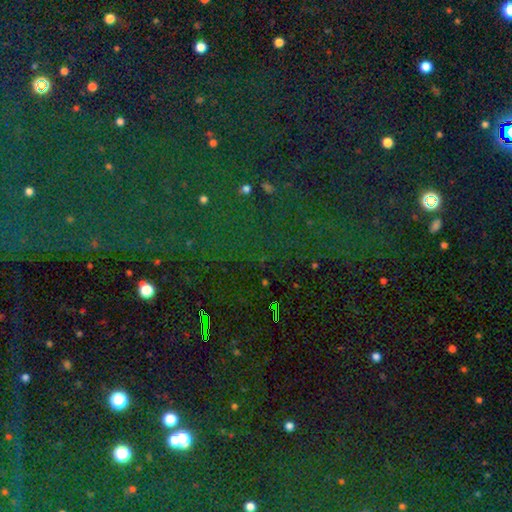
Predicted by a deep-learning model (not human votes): Overall: star or artifact (82%).